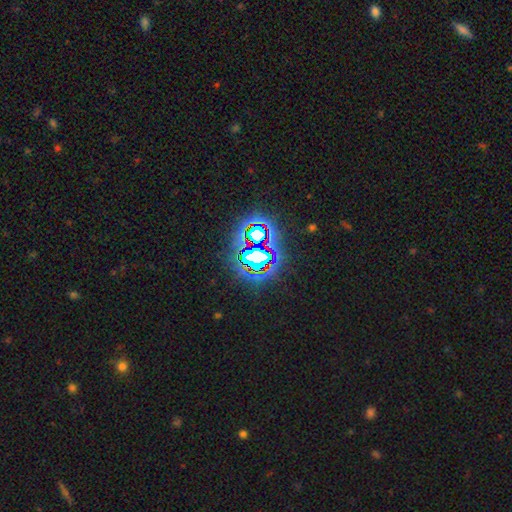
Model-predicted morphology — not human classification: type=star or artifact (74%).